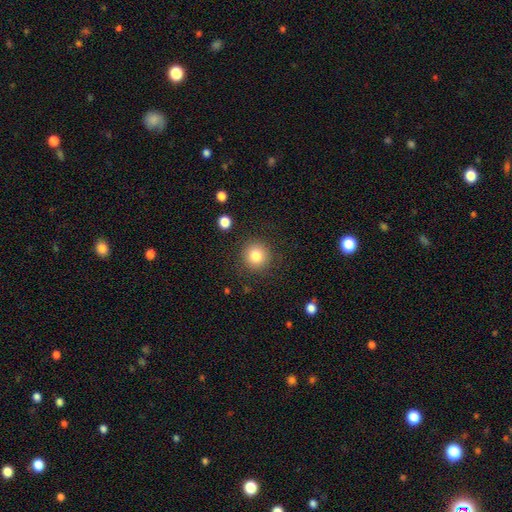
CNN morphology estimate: A smooth galaxy with no disk features (82%) that is round (93%).

Vote fractions:
- Smooth or featured? smooth: 82% / star or artifact: 10% / featured or disk: 7%
- How rounded? round: 93% / in between: 6% / cigar-shaped: 1%
- Merging? none: 87% / minor disturbance: 8% / major disturbance: 3% / merger: 2%